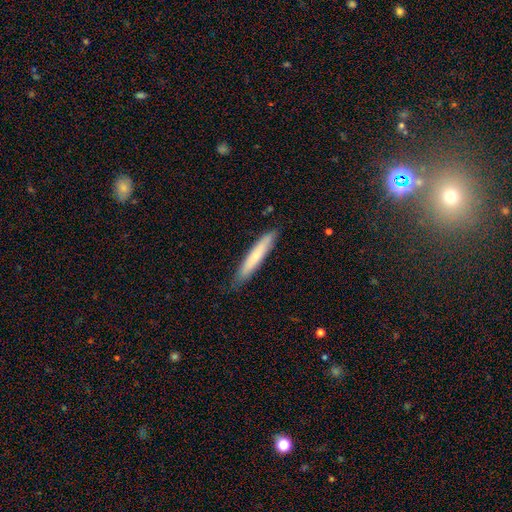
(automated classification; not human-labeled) Smooth or featured: smooth — 65% (featured or disk — 29%)
How rounded: cigar-shaped — 93% (in between — 6%)
Merging: none — 85% (minor disturbance — 12%)